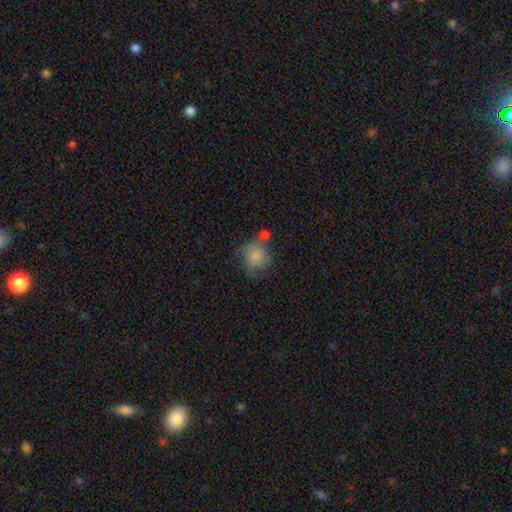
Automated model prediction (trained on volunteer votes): smooth_or_featured: smooth (p=0.70) [alt: featured or disk p=0.21]
how_rounded: round (p=0.73) [alt: in between p=0.26]
merging: none (p=0.42) [alt: minor disturbance p=0.24]